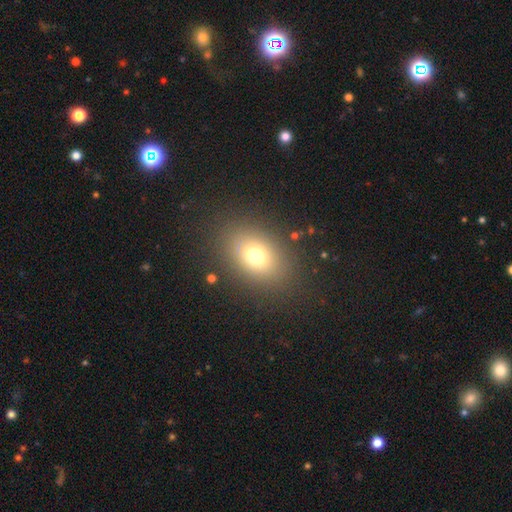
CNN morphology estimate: Smooth or featured? smooth (71%)
How rounded? in between (66%)
Merging? none (84%)